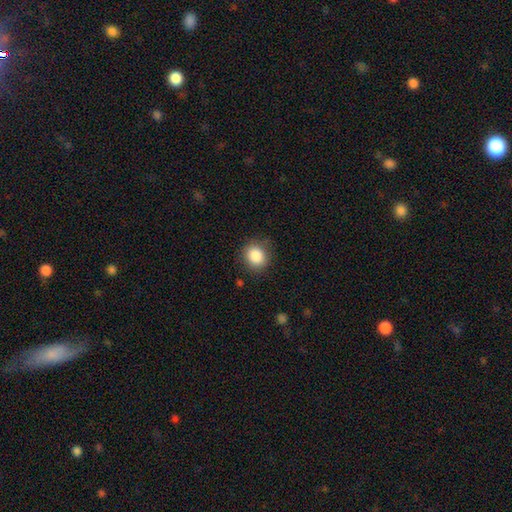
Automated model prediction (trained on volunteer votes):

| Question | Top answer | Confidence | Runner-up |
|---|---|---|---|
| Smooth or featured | smooth | 86% | star or artifact (9%) |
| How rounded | round | 75% | in between (24%) |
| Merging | none | 83% | minor disturbance (13%) |